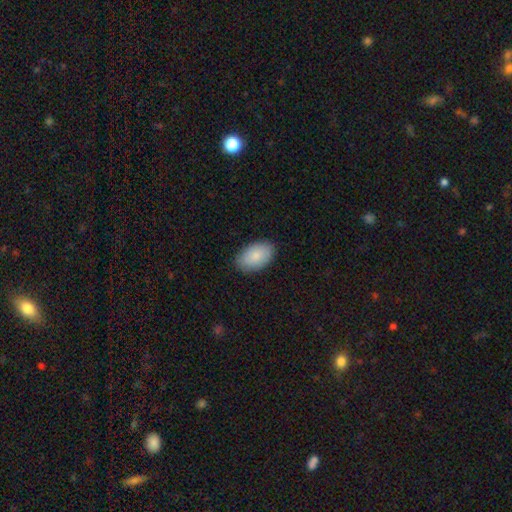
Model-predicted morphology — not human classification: Smooth or featured: smooth — 86% (featured or disk — 8%)
How rounded: in between — 94% (round — 5%)
Merging: none — 86% (minor disturbance — 11%)